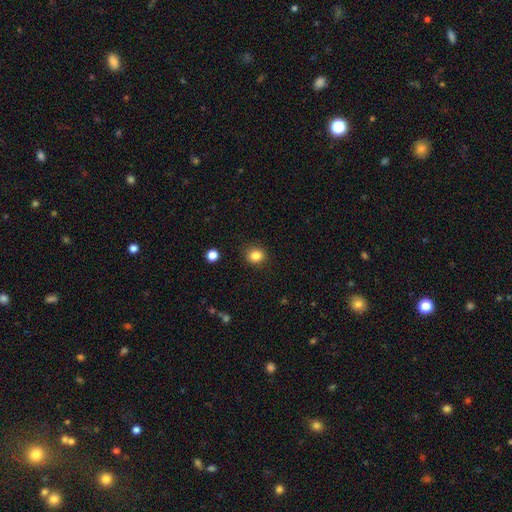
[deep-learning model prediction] This appears to be a smooth galaxy with no disk features (85%) that is round (71%). Merging: none (88%).